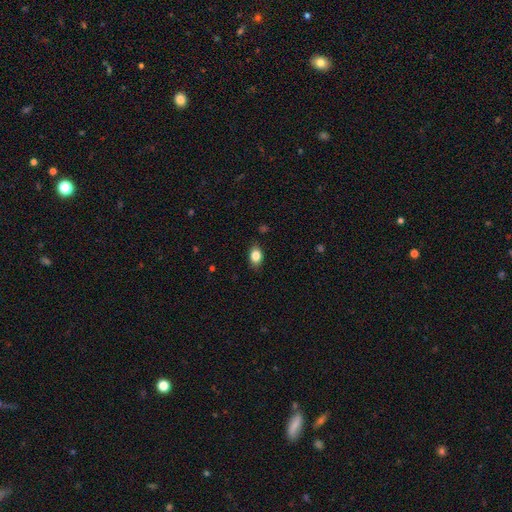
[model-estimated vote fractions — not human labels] A smooth galaxy with no disk features (83%) that is in between round and cigar-shaped (80%). Merging: none (84%).